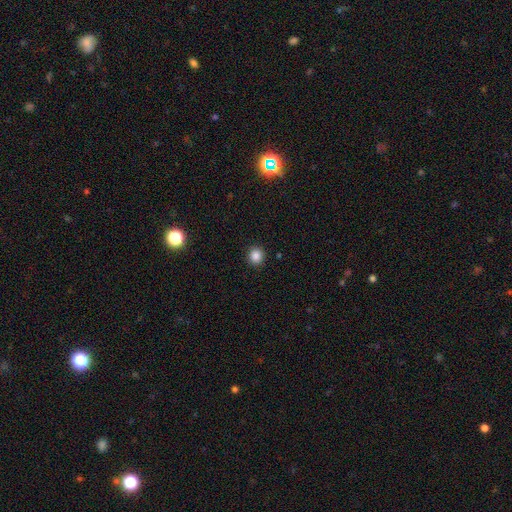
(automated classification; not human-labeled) smooth-or-featured: smooth: 85% | star or artifact: 11% | featured or disk: 3%
  how-rounded: round: 91% | in between: 8% | cigar-shaped: 1%
  merging: none: 92% | minor disturbance: 5% | major disturbance: 2% | merger: 1%